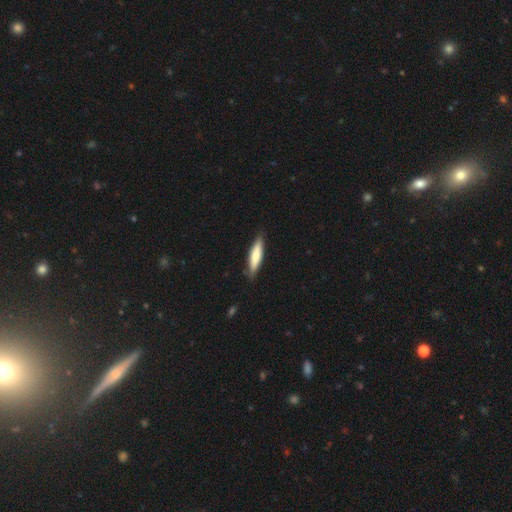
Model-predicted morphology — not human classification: This appears to be a smooth galaxy with no disk features (71%) that is cigar-shaped (74%). Merging: none (85%).